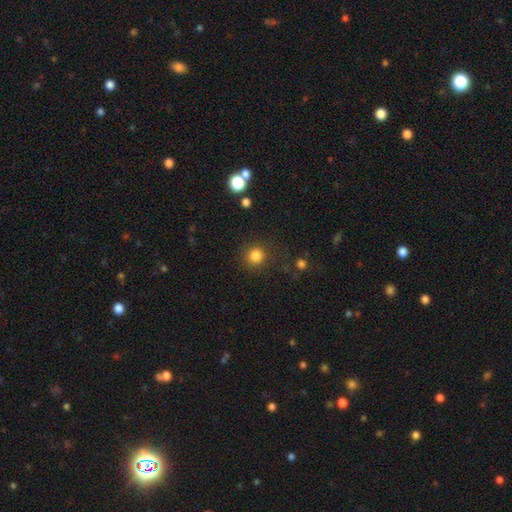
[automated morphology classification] This appears to be a smooth galaxy with no disk features (83%) that is round (93%). Merging: none (84%).